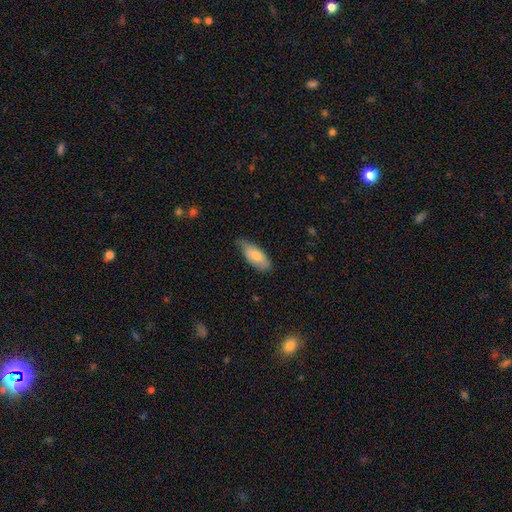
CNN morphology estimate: smooth 75%, featured or disk 19%, star or artifact 6%. Down the decision tree: how rounded — in between (86%); merging — none (57%).